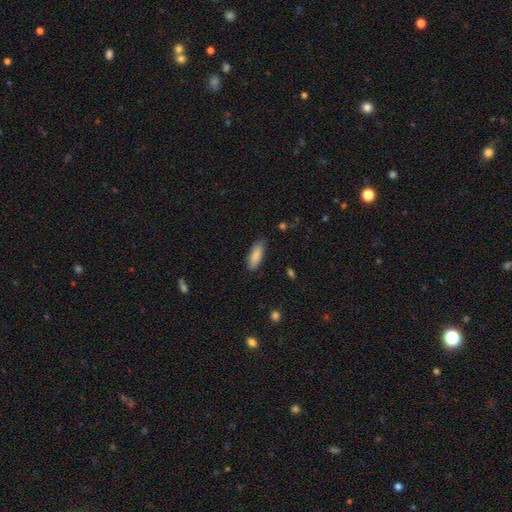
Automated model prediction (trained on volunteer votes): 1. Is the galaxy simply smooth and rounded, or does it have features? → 87% smooth, 7% featured or disk, 6% star or artifact.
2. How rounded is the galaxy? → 68% in between, 31% cigar-shaped, 2% round.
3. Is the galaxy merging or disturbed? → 83% none, 13% minor disturbance, 2% major disturbance, 1% merger.